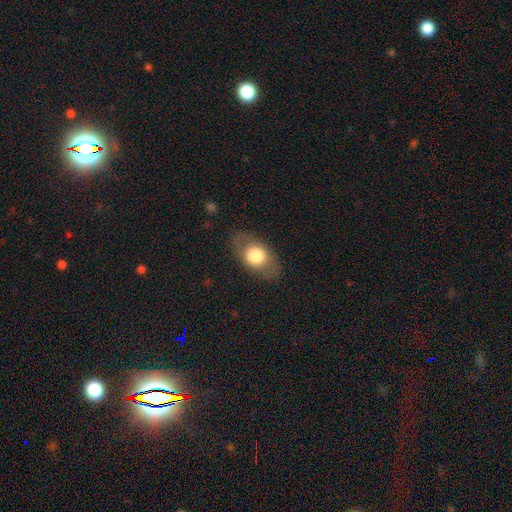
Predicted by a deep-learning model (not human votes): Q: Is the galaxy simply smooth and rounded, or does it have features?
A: smooth — 70%.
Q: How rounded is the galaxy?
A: in between — 79%.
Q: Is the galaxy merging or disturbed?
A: none — 81%.